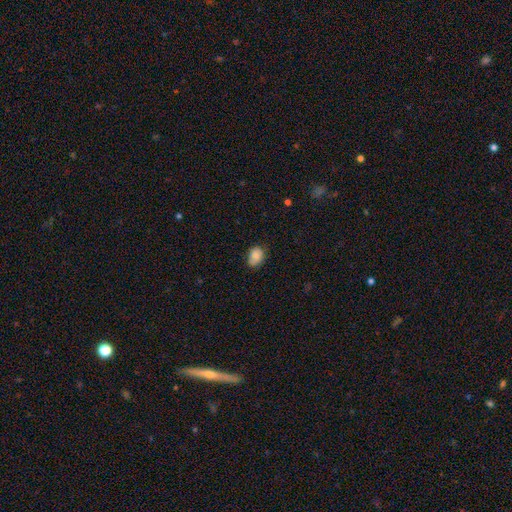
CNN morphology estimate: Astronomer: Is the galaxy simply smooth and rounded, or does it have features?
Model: smooth — 82%.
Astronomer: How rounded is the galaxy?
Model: in between — 72%.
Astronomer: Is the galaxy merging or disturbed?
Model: none — 71%.